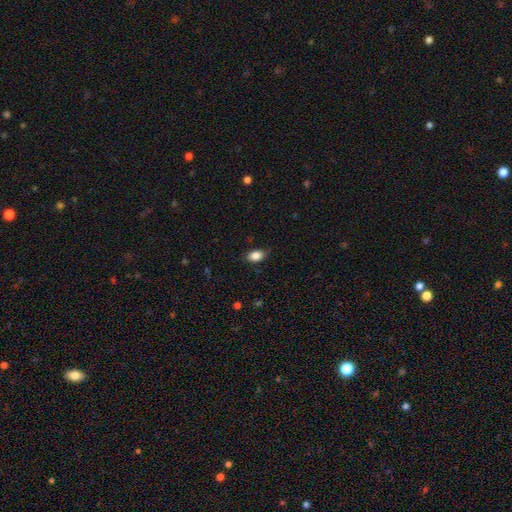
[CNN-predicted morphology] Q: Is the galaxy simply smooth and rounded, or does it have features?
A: smooth — 86%.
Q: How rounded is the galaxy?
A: in between — 87%.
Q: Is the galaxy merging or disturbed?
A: none — 80%.